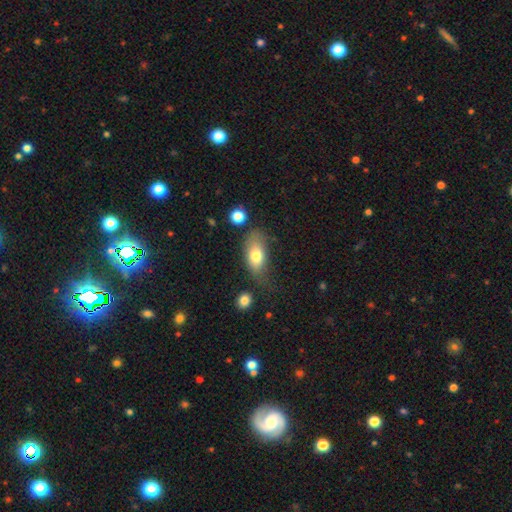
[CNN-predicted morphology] A smooth galaxy with no disk features (74%) that is in between round and cigar-shaped (88%). Merging: none (48%).